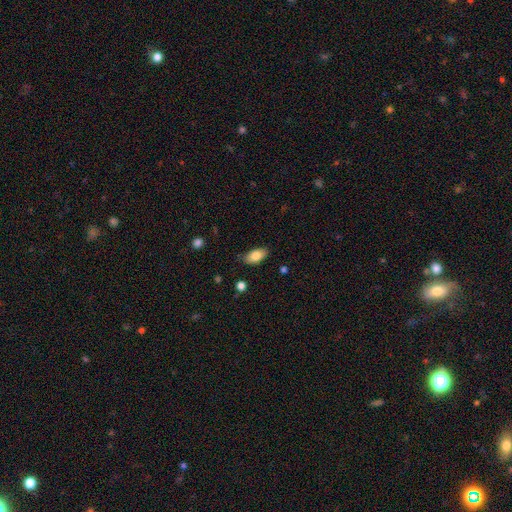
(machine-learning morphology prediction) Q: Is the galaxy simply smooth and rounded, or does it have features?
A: smooth — 82%.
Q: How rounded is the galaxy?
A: in between — 92%.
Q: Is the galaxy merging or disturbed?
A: none — 84%.